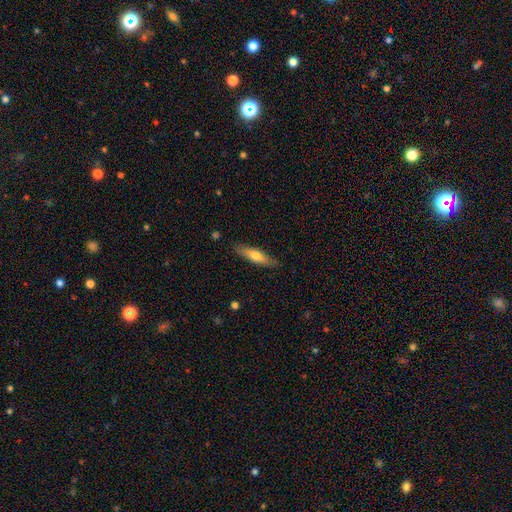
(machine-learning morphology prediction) smooth 62%, featured or disk 32%, star or artifact 6%. Down the decision tree: how rounded — cigar-shaped (69%); merging — none (85%).